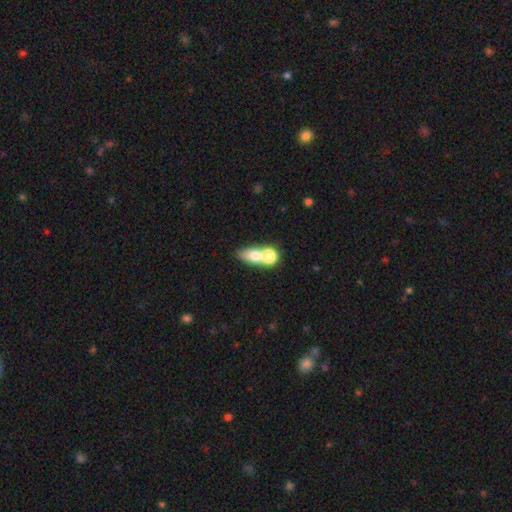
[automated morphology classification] Smooth or featured: smooth — 68% (featured or disk — 21%)
How rounded: in between — 58% (round — 33%)
Merging: merger — 59% (none — 29%)